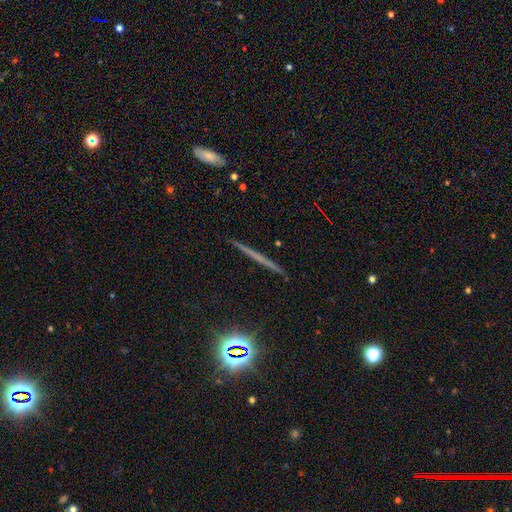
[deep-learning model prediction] Smooth or featured?
  - featured or disk: 41% *
  - star or artifact: 33%
  - smooth: 27%
Merging?
  - none: 90% *
  - minor disturbance: 6%
  - merger: 2%
  - major disturbance: 2%